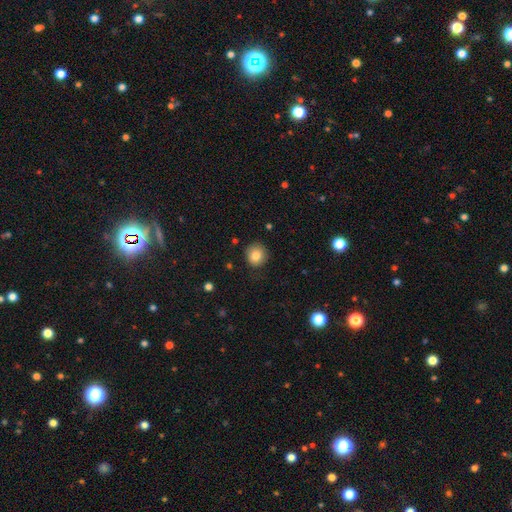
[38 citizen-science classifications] Smooth or featured: smooth — 87% (featured or disk — 8%)
How rounded: round — 97% (in between — 3%)
Merging: none — 86% (minor disturbance — 8%)